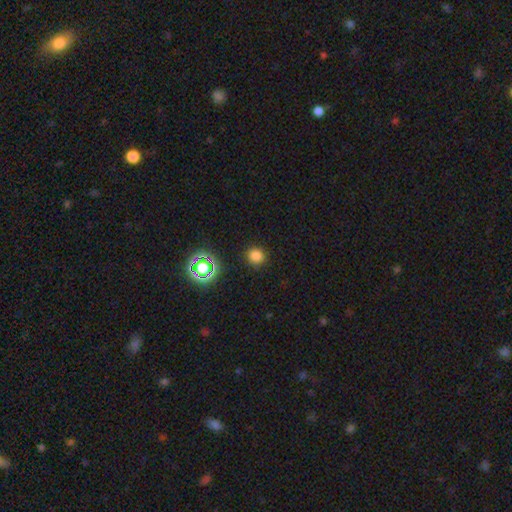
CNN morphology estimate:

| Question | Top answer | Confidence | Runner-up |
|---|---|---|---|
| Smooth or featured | smooth | 77% | star or artifact (19%) |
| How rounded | round | 89% | in between (10%) |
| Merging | none | 89% | minor disturbance (7%) |